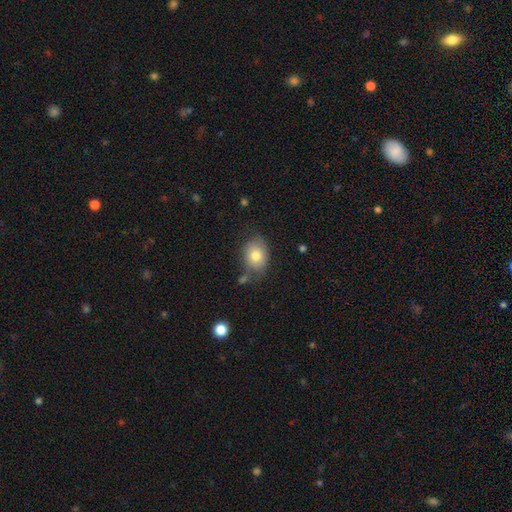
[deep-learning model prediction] smooth_or_featured: smooth (p=0.78) [alt: featured or disk p=0.14]
how_rounded: in between (p=0.64) [alt: round p=0.35]
merging: none (p=0.68) [alt: minor disturbance p=0.21]